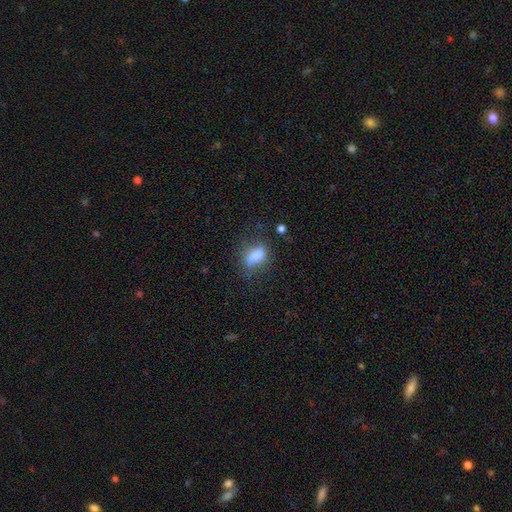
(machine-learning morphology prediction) The model was most divided on "merging": none: 51%, minor disturbance: 26%, major disturbance: 19%, merger: 4%. More confident: how rounded — in between (80%); smooth or featured — smooth (75%).